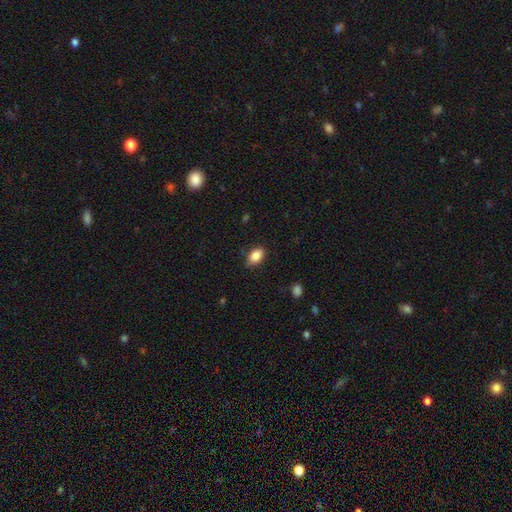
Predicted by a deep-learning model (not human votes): Smooth or featured: smooth — 87% (star or artifact — 8%)
How rounded: in between — 88% (round — 10%)
Merging: none — 80% (minor disturbance — 16%)